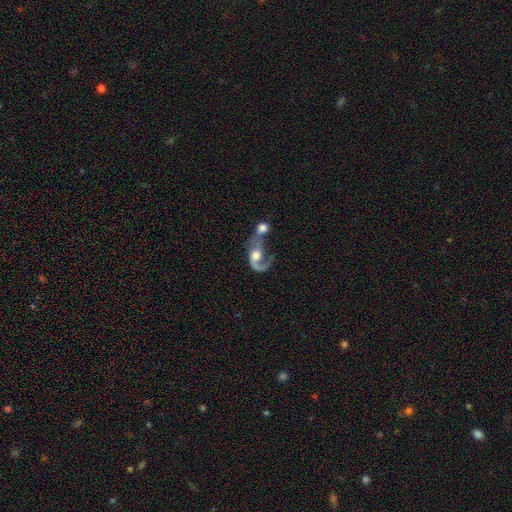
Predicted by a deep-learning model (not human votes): A featured or disk galaxy (72%) with no bar (66%), 1 (66%) loose (57%) spiral arms (87%) and a moderate central bulge (53%).

Vote fractions:
- Smooth or featured? featured or disk: 72% / smooth: 21% / star or artifact: 6%
- Edge-on disk? no: 97% / yes: 3%
- Bar? no: 66% / weak: 27% / strong: 7%
- Spiral arms? yes: 87% / no: 13%
- Spiral winding? loose: 57% / medium: 31% / tight: 12%
- Spiral arm count? 1: 66% / 2: 26% / can't tell: 4% / 3: 1% / 4: 1% / more than 4: 1%
- Bulge size? moderate: 53% / large: 30% / small: 9% / none: 4% / dominant: 3%
- Merging? merger: 67% / major disturbance: 16% / none: 11% / minor disturbance: 6%